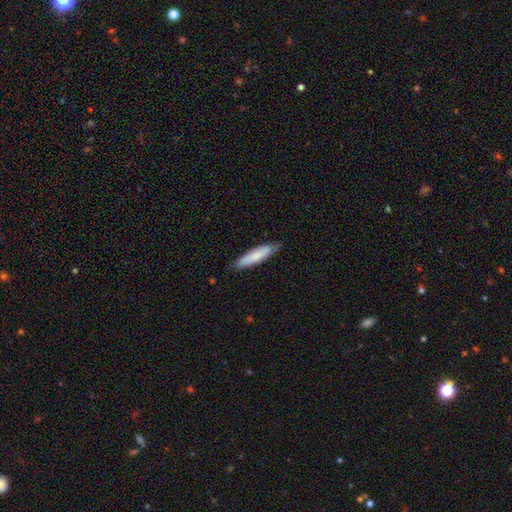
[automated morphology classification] smooth_or_featured: smooth (p=0.77) [alt: featured or disk p=0.18]
how_rounded: cigar-shaped (p=0.79) [alt: in between p=0.20]
merging: none (p=0.83) [alt: minor disturbance p=0.14]